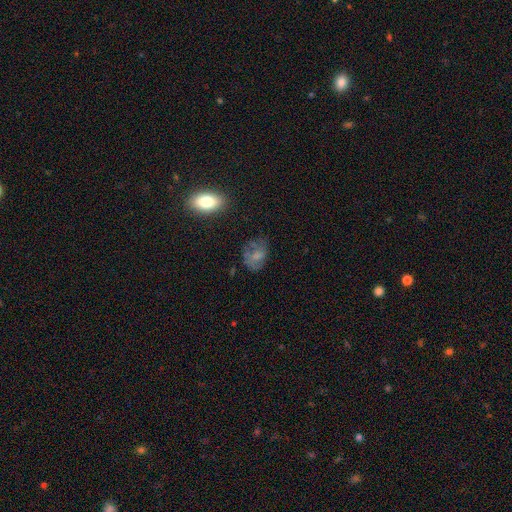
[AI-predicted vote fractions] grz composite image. It shows a smooth galaxy with no disk features (56%) that is in between round and cigar-shaped (64%). Merging: none (51%).